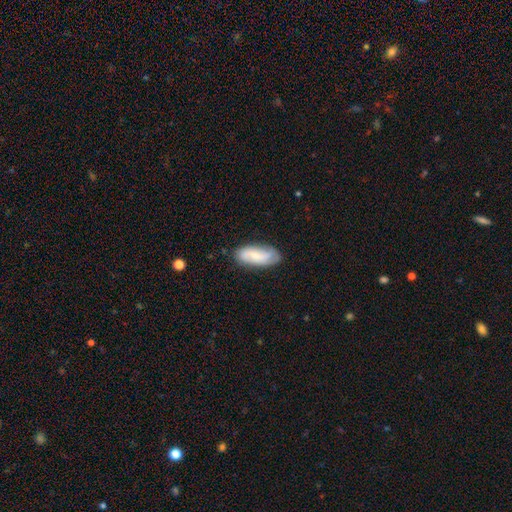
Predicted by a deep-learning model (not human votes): smooth 54%, featured or disk 39%, star or artifact 7%. Down the decision tree: how rounded — in between (83%); merging — none (78%).